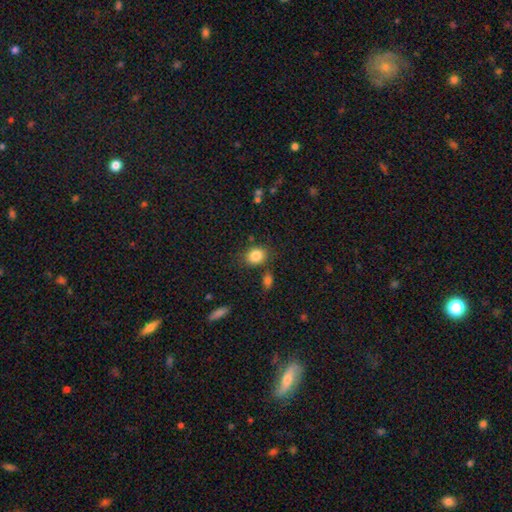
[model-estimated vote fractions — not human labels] The model was most divided on "how rounded": round: 51%, in between: 48%, cigar-shaped: 1%. More confident: smooth or featured — smooth (85%); merging — none (76%).